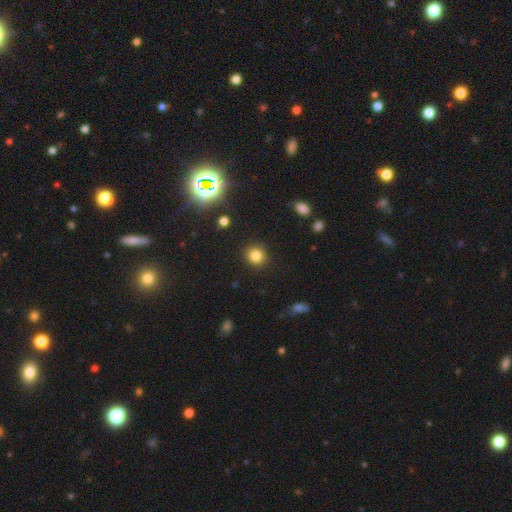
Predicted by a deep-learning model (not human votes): Smooth or featured? smooth (81%)
How rounded? round (89%)
Merging? none (90%)